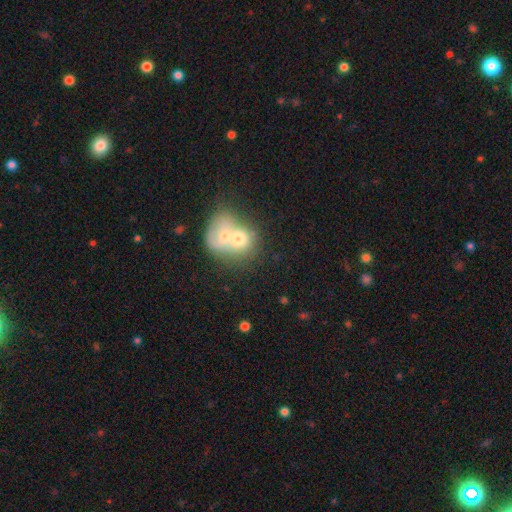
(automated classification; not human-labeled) Smooth or featured?
  - smooth: 50% *
  - featured or disk: 32%
  - star or artifact: 18%
How rounded?
  - round: 66% *
  - in between: 32%
  - cigar-shaped: 2%
Merging?
  - merger: 61% *
  - none: 22%
  - minor disturbance: 8%
  - major disturbance: 8%